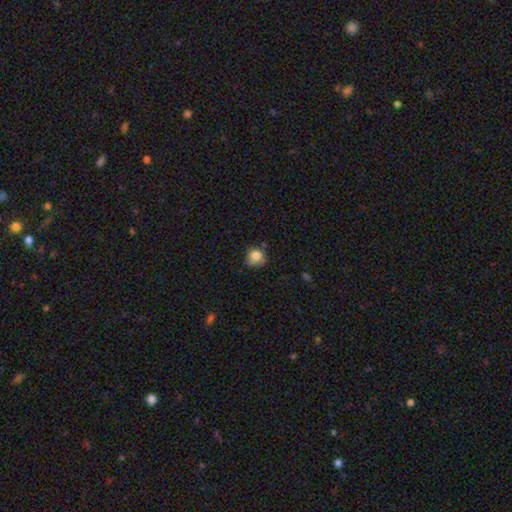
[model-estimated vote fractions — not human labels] Smooth or featured: smooth — 79% (featured or disk — 11%)
How rounded: round — 76% (in between — 23%)
Merging: none — 56% (minor disturbance — 29%)